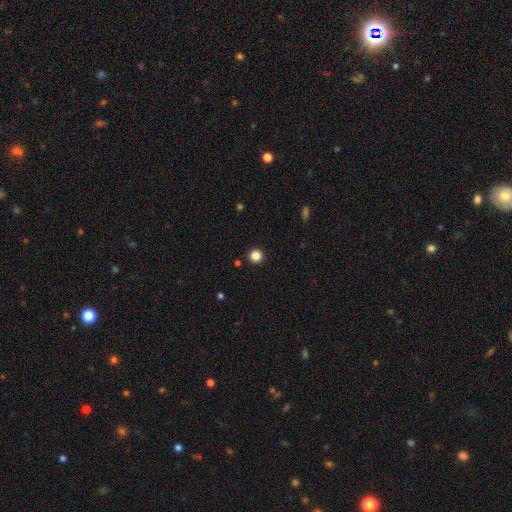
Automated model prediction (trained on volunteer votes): Morphology: type=smooth (84%); roundness=round (96%); merging=none (93%).